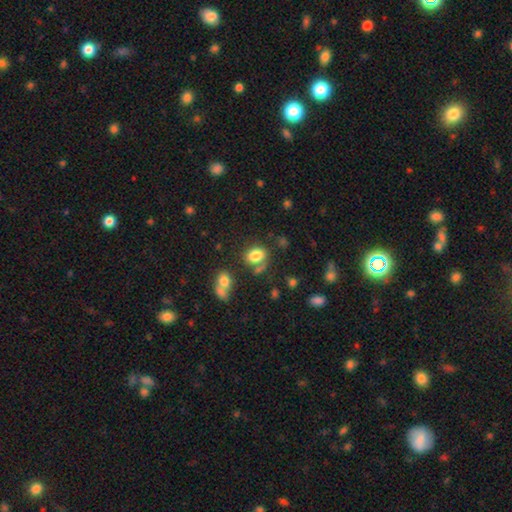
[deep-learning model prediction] Smooth or featured?
  - smooth: 82% *
  - star or artifact: 11%
  - featured or disk: 7%
How rounded?
  - in between: 65% *
  - round: 34%
  - cigar-shaped: 1%
Merging?
  - none: 65% *
  - minor disturbance: 15%
  - merger: 14%
  - major disturbance: 6%